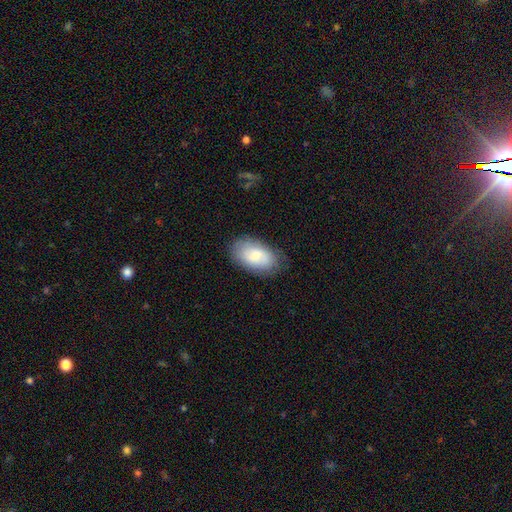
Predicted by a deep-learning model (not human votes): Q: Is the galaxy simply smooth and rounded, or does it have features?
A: smooth — 73%.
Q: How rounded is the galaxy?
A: in between — 93%.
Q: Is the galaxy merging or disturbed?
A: none — 78%.